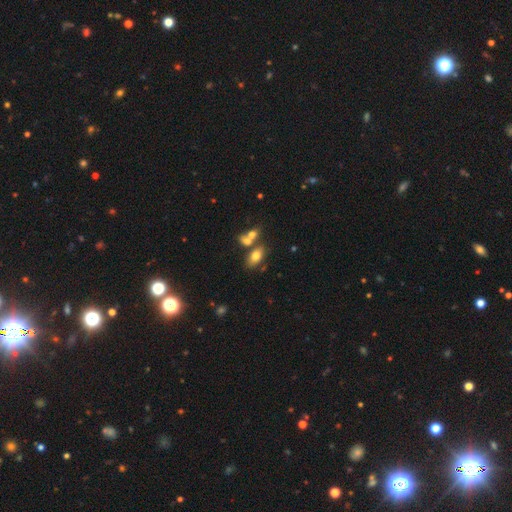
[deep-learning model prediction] smooth 74%, featured or disk 15%, star or artifact 10%. Down the decision tree: how rounded — in between (89%); merging — none (50%).